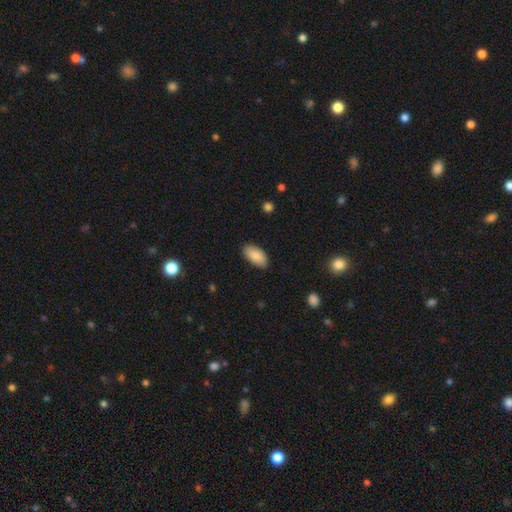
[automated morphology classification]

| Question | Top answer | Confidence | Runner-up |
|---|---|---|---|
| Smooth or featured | smooth | 85% | featured or disk (8%) |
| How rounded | in between | 94% | cigar-shaped (3%) |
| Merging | none | 85% | minor disturbance (12%) |